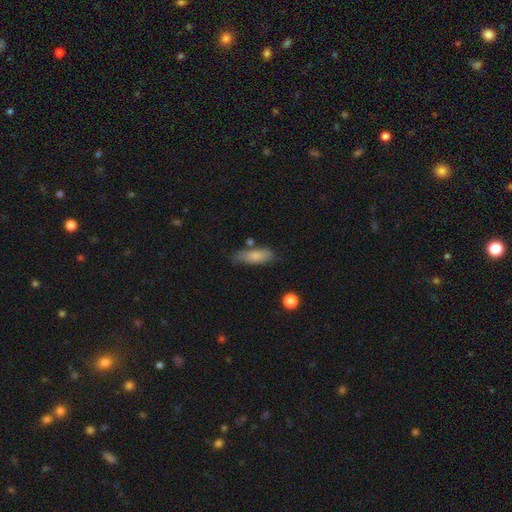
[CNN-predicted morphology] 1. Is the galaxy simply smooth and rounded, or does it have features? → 80% smooth, 13% featured or disk, 7% star or artifact.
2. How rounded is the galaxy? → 66% in between, 32% cigar-shaped, 2% round.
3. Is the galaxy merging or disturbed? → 63% none, 24% minor disturbance, 8% merger, 6% major disturbance.